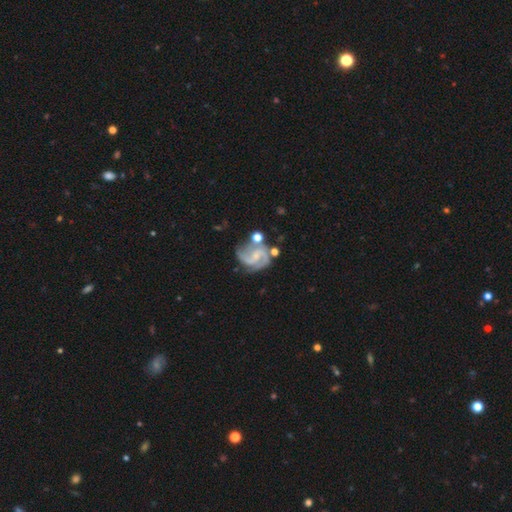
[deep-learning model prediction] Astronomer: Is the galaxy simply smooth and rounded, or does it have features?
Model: featured or disk — 86%.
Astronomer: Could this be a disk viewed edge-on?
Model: no — 98%.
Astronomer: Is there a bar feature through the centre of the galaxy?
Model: weak — 46% (runner-up: no, 41%).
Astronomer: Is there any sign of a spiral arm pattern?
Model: yes — 97%.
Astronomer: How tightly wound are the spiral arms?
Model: medium — 54%.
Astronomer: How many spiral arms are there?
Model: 2 — 71%.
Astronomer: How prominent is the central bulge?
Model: small — 65%.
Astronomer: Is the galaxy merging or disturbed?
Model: none — 54%.